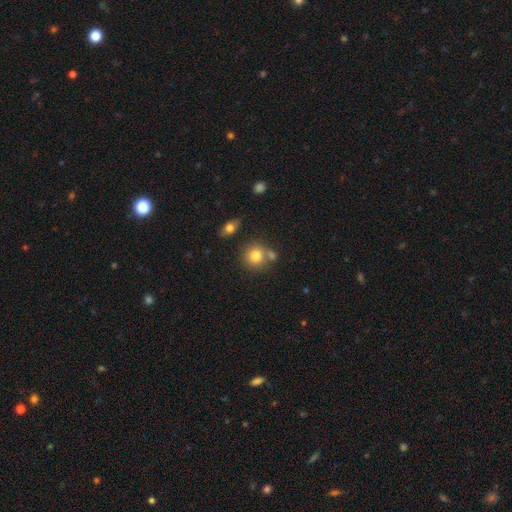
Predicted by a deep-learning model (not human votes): A smooth galaxy with no disk features (80%) that is round (86%).

Vote fractions:
- Smooth or featured? smooth: 80% / featured or disk: 10% / star or artifact: 10%
- How rounded? round: 86% / in between: 13% / cigar-shaped: 1%
- Merging? none: 63% / merger: 21% / minor disturbance: 12% / major disturbance: 4%